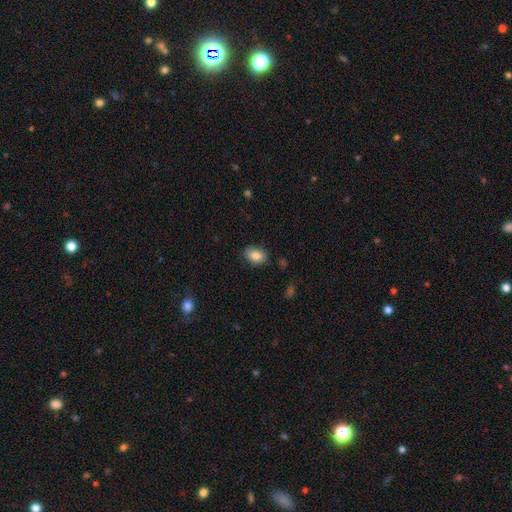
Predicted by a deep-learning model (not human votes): This appears to be a smooth galaxy with no disk features (85%) that is in between round and cigar-shaped (79%). Merging: none (83%).